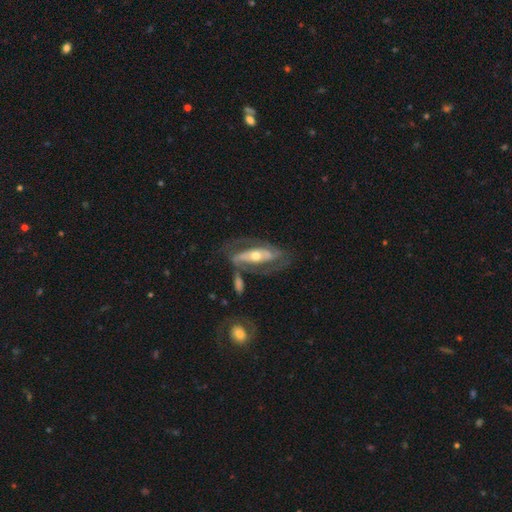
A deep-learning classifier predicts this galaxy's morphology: A featured or disk galaxy (81%) with a strong bar (45%), 2 (82%) medium (42%) spiral arms (83%) and a moderate central bulge (62%).

Vote fractions:
- Smooth or featured? featured or disk: 81% / smooth: 14% / star or artifact: 5%
- Edge-on disk? no: 85% / yes: 15%
- Bar? strong: 45% / no: 35% / weak: 21%
- Spiral arms? yes: 83% / no: 17%
- Spiral winding? medium: 42% / tight: 36% / loose: 22%
- Spiral arm count? 2: 82% / can't tell: 10% / 1: 4% / 3: 2% / 4: 1% / more than 4: 1%
- Bulge size? moderate: 62% / small: 31% / large: 5% / dominant: 1% / none: 1%
- Merging? none: 61% / minor disturbance: 17% / major disturbance: 14% / merger: 8%